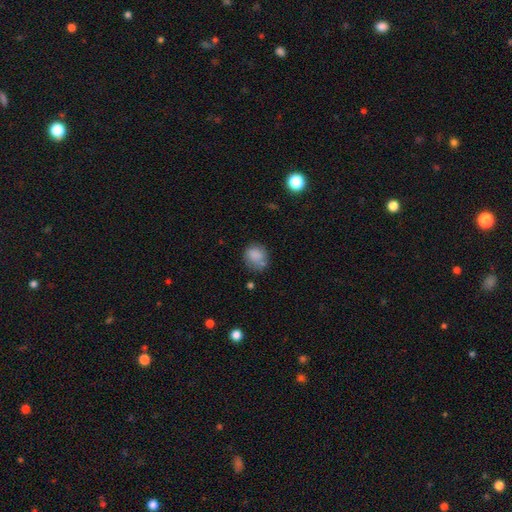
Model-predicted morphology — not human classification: Smooth or featured: smooth — 82% (star or artifact — 10%)
How rounded: round — 70% (in between — 29%)
Merging: none — 61% (minor disturbance — 23%)